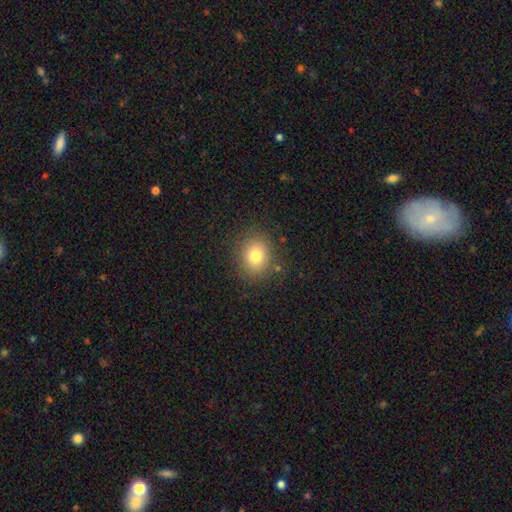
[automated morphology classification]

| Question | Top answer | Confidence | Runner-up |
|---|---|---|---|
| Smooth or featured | smooth | 77% | star or artifact (13%) |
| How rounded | round | 70% | in between (29%) |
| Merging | none | 85% | minor disturbance (10%) |